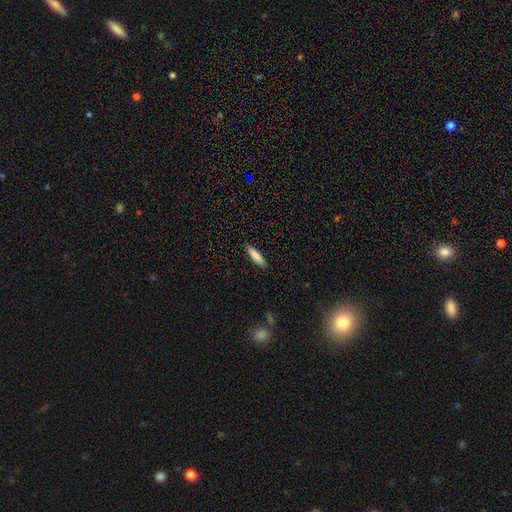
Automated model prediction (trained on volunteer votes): Smooth or featured?
  - smooth: 83% *
  - featured or disk: 11%
  - star or artifact: 6%
How rounded?
  - cigar-shaped: 76% *
  - in between: 23%
  - round: 1%
Merging?
  - none: 88% *
  - minor disturbance: 9%
  - major disturbance: 2%
  - merger: 1%